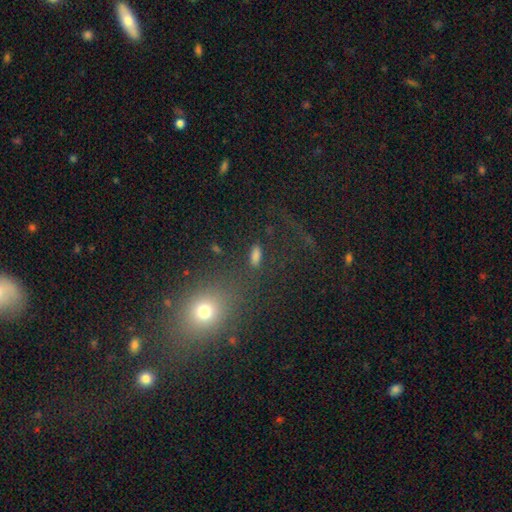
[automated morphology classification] Q: Smooth or featured?
A: smooth (51%); runner-up: star or artifact (34%)
Q: How rounded?
A: in between (61%); runner-up: round (29%)
Q: Merging?
A: none (64%); runner-up: minor disturbance (13%)